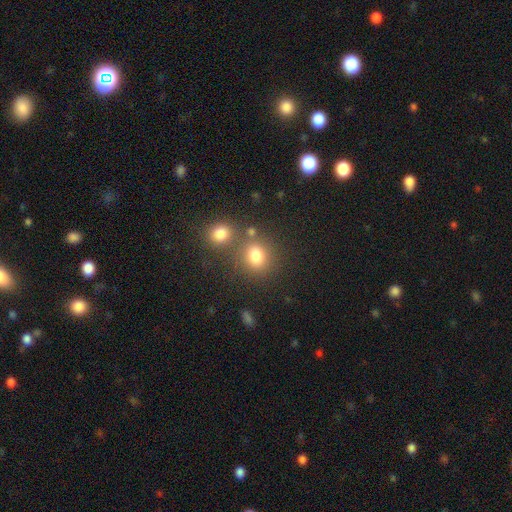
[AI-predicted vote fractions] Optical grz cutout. It shows a smooth galaxy with no disk features (79%) that is round (71%). Merging: none (64%).